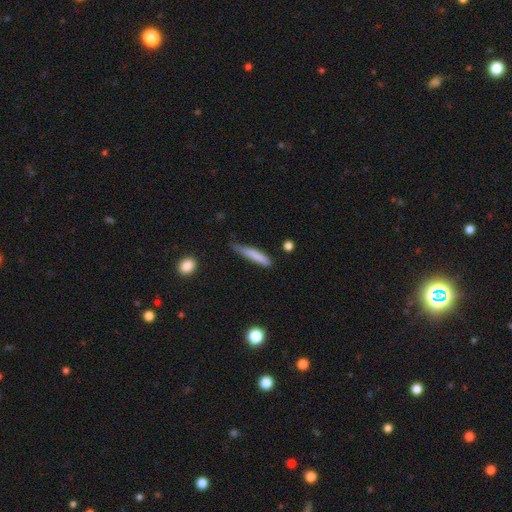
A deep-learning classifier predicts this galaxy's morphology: smooth_or_featured: smooth (p=0.79) [alt: featured or disk p=0.15]
how_rounded: cigar-shaped (p=0.88) [alt: in between p=0.10]
merging: none (p=0.53) [alt: minor disturbance p=0.37]